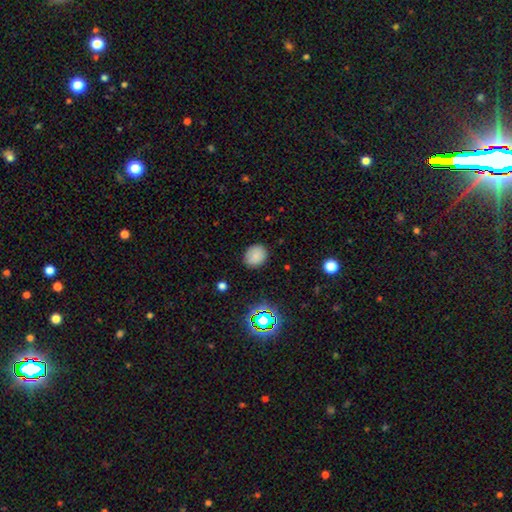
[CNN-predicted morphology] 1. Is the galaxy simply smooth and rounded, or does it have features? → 80% smooth, 13% star or artifact, 7% featured or disk.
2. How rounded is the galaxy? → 62% round, 37% in between, 1% cigar-shaped.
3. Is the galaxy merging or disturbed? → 85% none, 11% minor disturbance, 3% major disturbance, 1% merger.